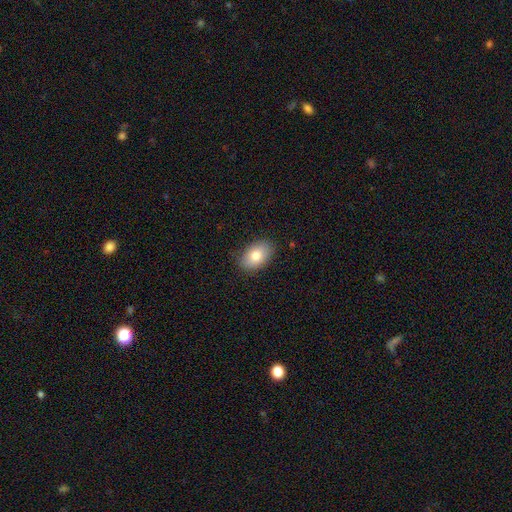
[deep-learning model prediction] This is clearly a smooth galaxy (81%). How rounded: clearly in between (90%). Merging: clearly none (85%).